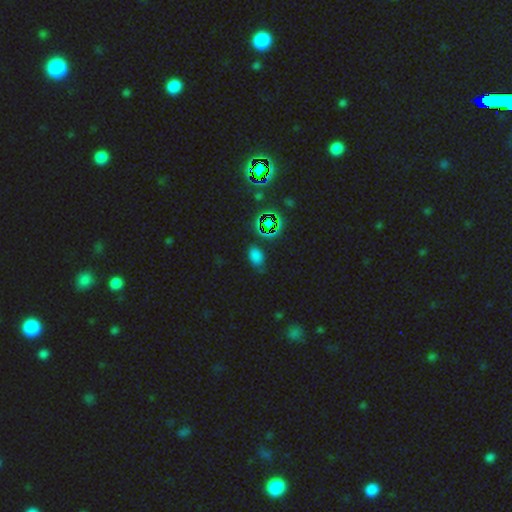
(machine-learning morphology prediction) Smooth or featured? smooth (61%)
How rounded? in between (78%)
Merging? none (73%)